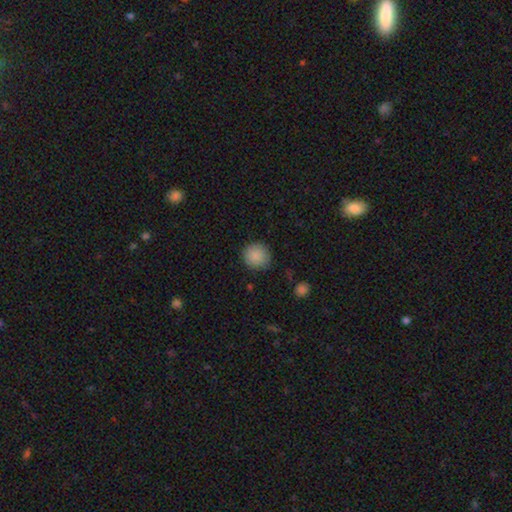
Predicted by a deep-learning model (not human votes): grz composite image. It shows a smooth galaxy with no disk features (88%) that is round (92%). Merging: none (87%).